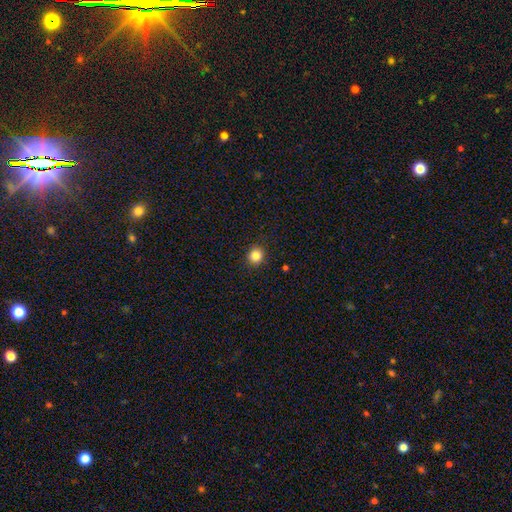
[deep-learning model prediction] Overall: smooth (84%). How rounded: round (91%). Merging: none (92%).